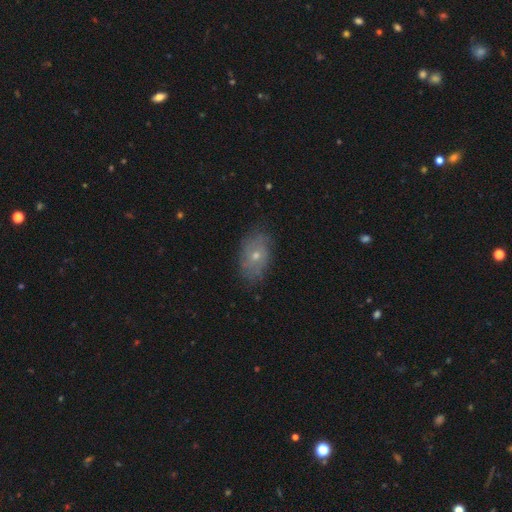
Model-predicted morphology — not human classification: This is possibly a smooth galaxy (49%). Merging: likely none (75%).